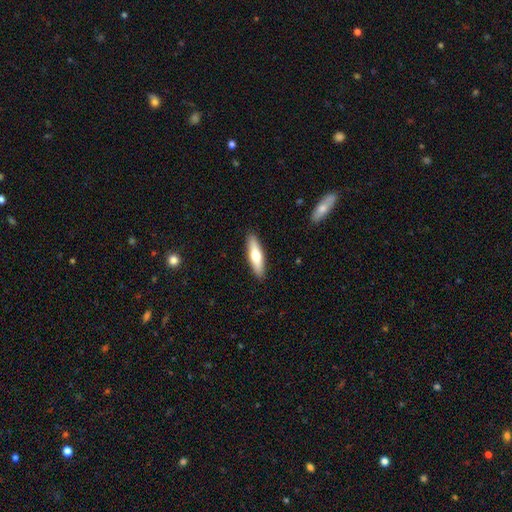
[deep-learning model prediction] Q: Smooth or featured?
A: smooth (59%); runner-up: featured or disk (36%)
Q: How rounded?
A: cigar-shaped (64%); runner-up: in between (34%)
Q: Merging?
A: none (90%); runner-up: minor disturbance (7%)